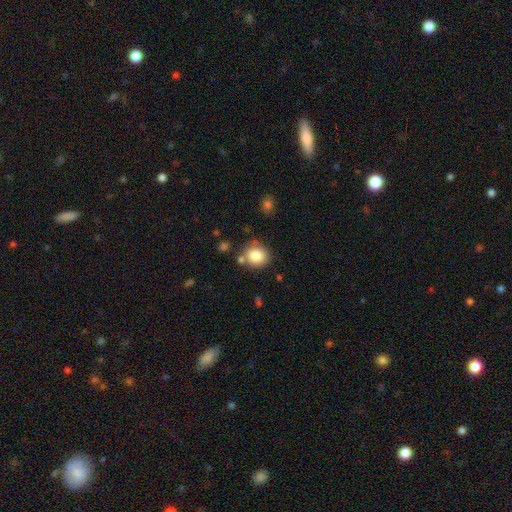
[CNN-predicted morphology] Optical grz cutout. It shows a smooth galaxy with no disk features (83%) that is round (84%). Merging: none (73%).